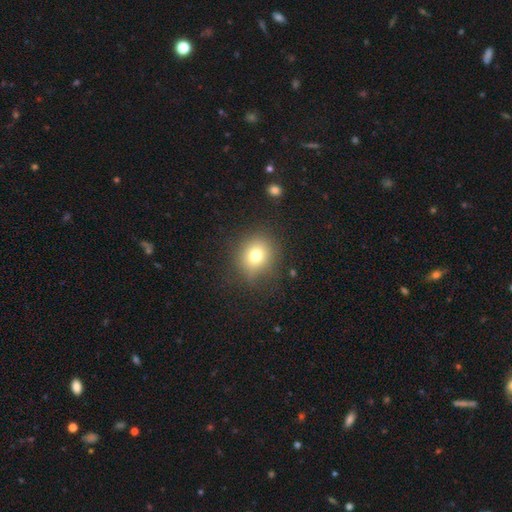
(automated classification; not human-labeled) Overall: smooth (72%). How rounded: round (81%). Merging: none (80%).